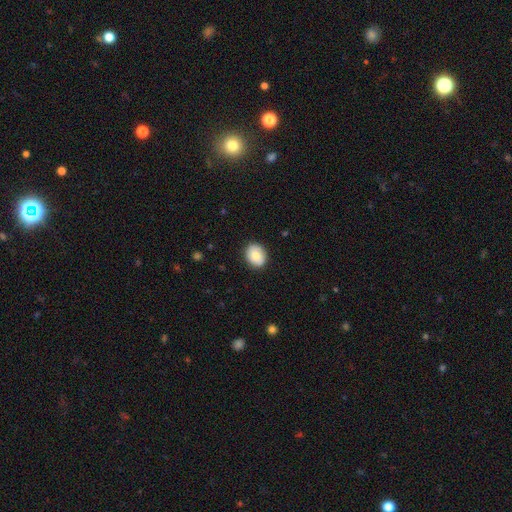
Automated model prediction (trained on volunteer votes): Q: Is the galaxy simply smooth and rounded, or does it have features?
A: smooth — 80%.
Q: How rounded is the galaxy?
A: round — 54%.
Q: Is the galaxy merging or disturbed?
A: none — 87%.